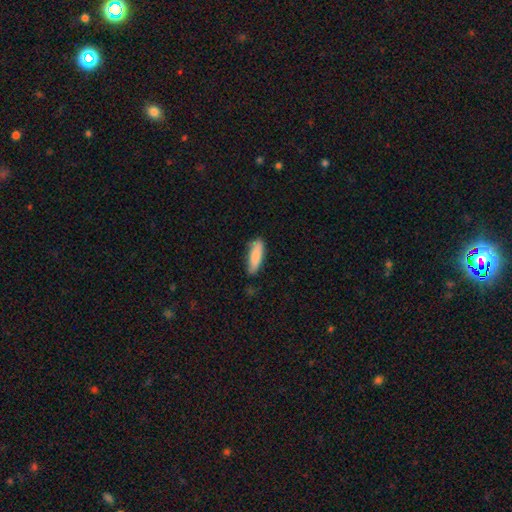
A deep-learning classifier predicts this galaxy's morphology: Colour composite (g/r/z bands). It shows a smooth galaxy with no disk features (84%) that is cigar-shaped (52%). Merging: none (70%).